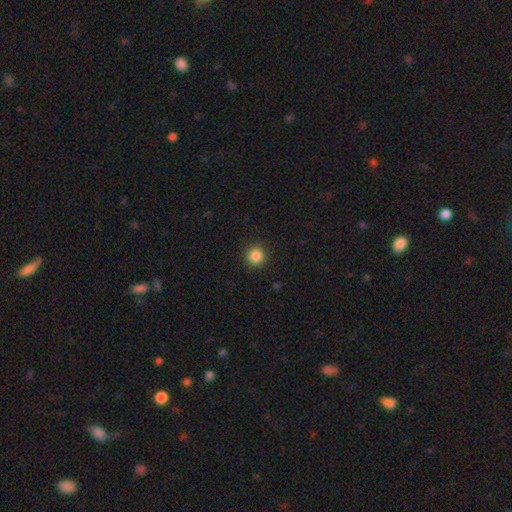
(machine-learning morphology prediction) A smooth galaxy with no disk features (86%) that is round (94%). Merging: none (91%).